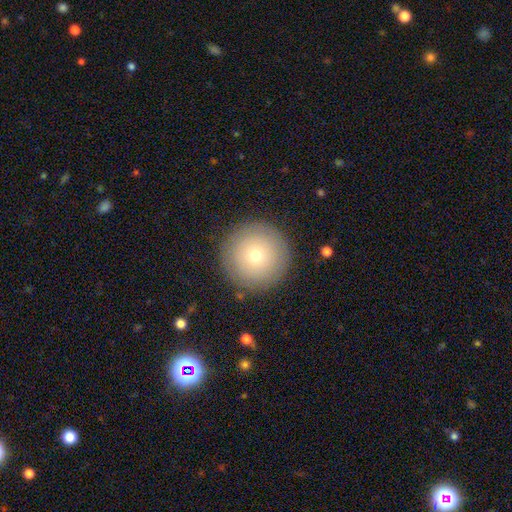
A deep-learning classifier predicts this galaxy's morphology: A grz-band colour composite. It shows a smooth galaxy with no disk features (73%) that is round (97%). Merging: none (90%).